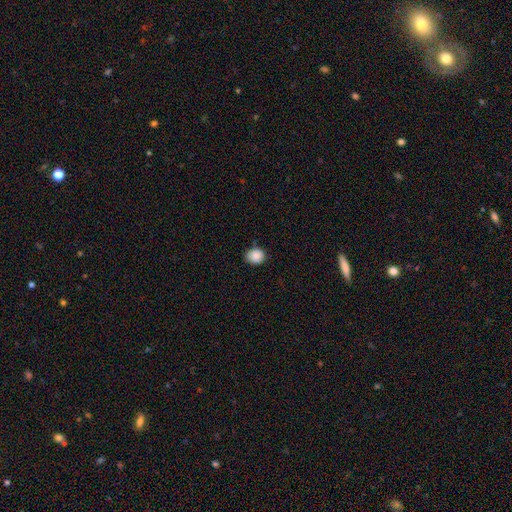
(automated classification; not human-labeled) The model was most divided on "how rounded": round: 57%, in between: 42%, cigar-shaped: 1%. More confident: smooth or featured — smooth (88%); merging — none (82%).